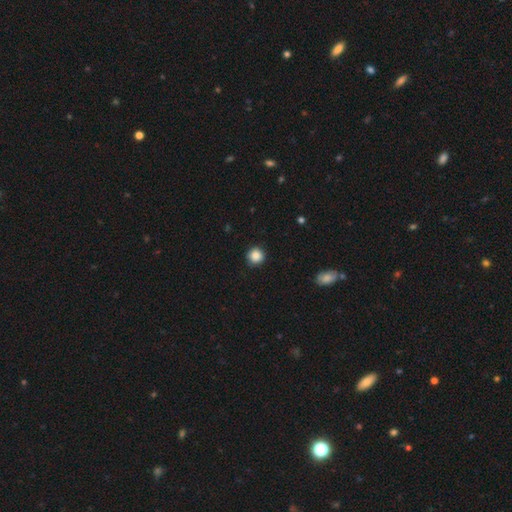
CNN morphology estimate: Smooth or featured?
  - smooth: 87% *
  - star or artifact: 10%
  - featured or disk: 3%
How rounded?
  - round: 94% *
  - in between: 5%
  - cigar-shaped: 1%
Merging?
  - none: 90% *
  - minor disturbance: 7%
  - major disturbance: 2%
  - merger: 1%